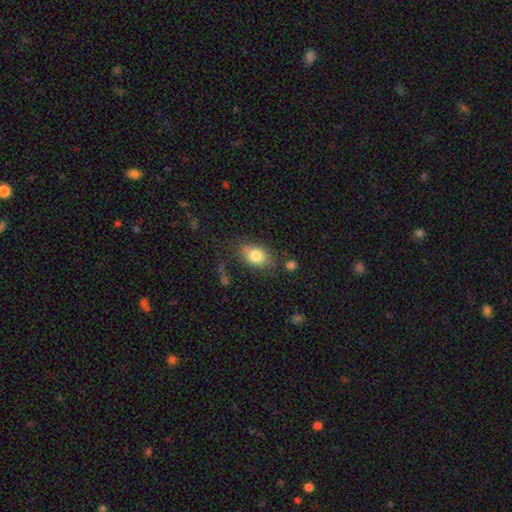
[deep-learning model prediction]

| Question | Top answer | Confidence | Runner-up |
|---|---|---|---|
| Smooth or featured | smooth | 80% | featured or disk (12%) |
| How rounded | in between | 82% | round (16%) |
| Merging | none | 71% | minor disturbance (18%) |